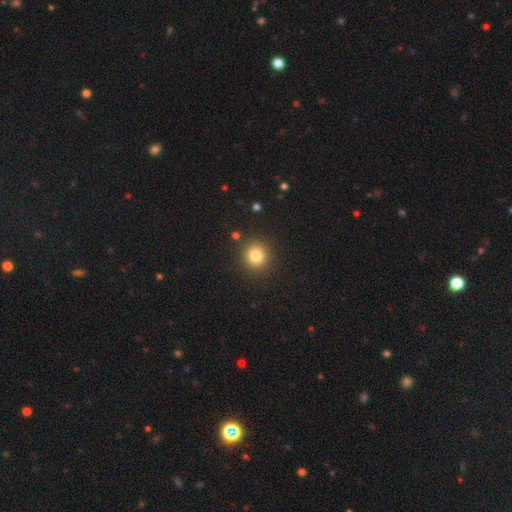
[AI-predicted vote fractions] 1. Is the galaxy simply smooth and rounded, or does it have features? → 82% smooth, 12% star or artifact, 6% featured or disk.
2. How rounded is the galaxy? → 89% round, 10% in between, 1% cigar-shaped.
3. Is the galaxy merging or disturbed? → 89% none, 7% minor disturbance, 3% major disturbance, 2% merger.